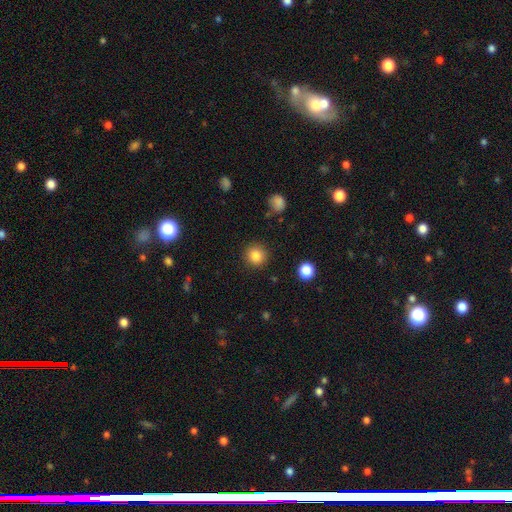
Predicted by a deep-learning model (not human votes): Smooth or featured? smooth (84%)
How rounded? round (93%)
Merging? none (89%)